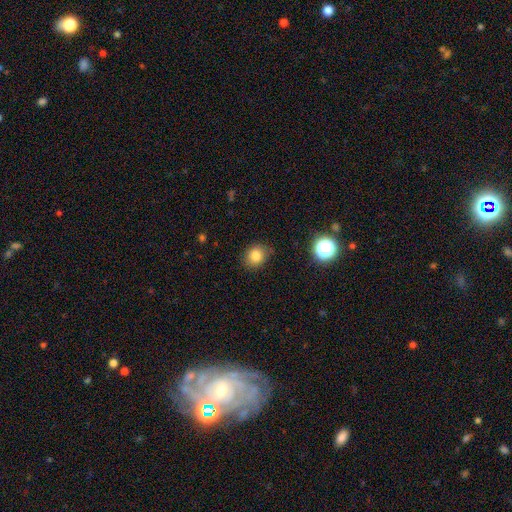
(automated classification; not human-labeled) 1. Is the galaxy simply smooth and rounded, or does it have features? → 82% smooth, 12% star or artifact, 6% featured or disk.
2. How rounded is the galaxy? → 65% round, 34% in between, 1% cigar-shaped.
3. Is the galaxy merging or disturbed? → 80% none, 15% minor disturbance, 3% major disturbance, 1% merger.